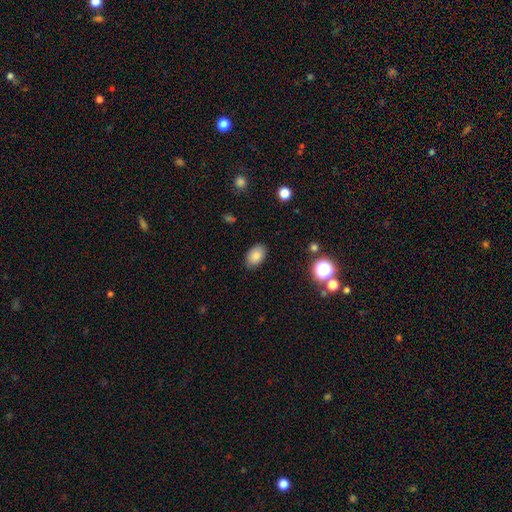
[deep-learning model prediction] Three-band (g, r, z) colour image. It shows a smooth galaxy with no disk features (85%) that is in between round and cigar-shaped (88%). Merging: none (86%).